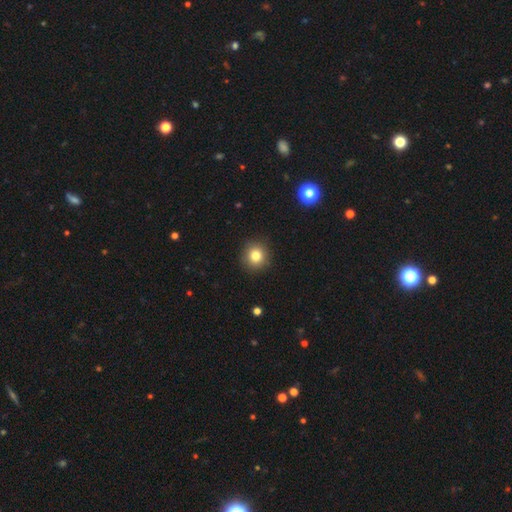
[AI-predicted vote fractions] Morphology: type=smooth (81%); roundness=round (92%); merging=none (91%).